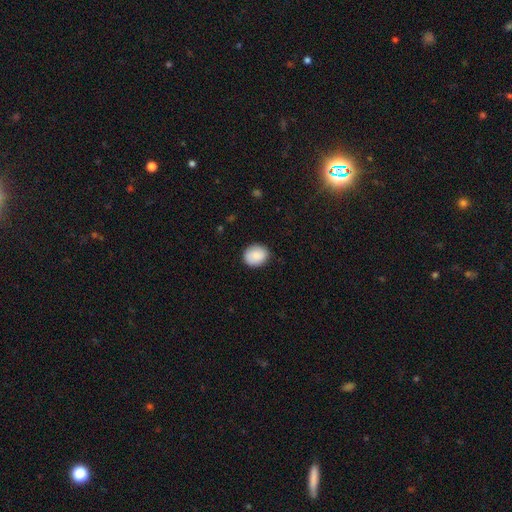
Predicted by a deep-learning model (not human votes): A smooth galaxy with no disk features (87%) that is round (66%). Merging: none (86%).